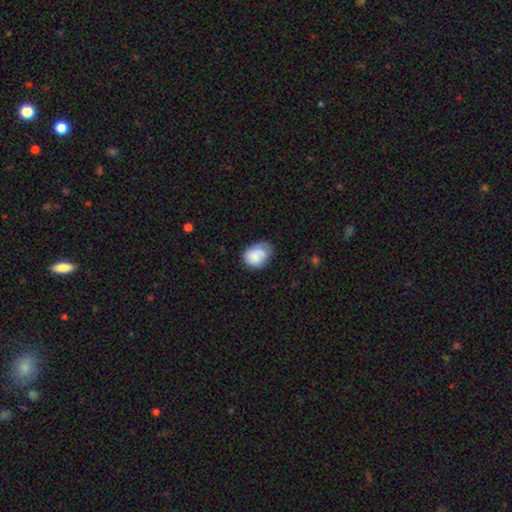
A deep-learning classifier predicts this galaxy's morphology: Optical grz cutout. It shows a smooth galaxy with no disk features (72%) that is in between round and cigar-shaped (62%). Merging: none (56%).